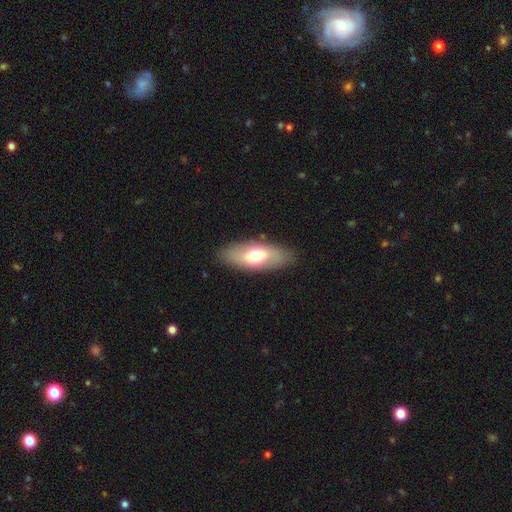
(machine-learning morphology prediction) Smooth or featured: smooth — 64% (featured or disk — 30%)
How rounded: in between — 81% (cigar-shaped — 16%)
Merging: none — 86% (minor disturbance — 10%)